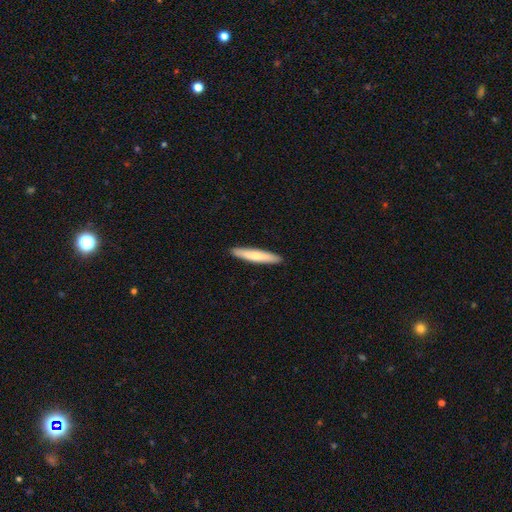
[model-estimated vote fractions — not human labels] Morphology: type=smooth (67%); roundness=cigar-shaped (92%); merging=none (92%).